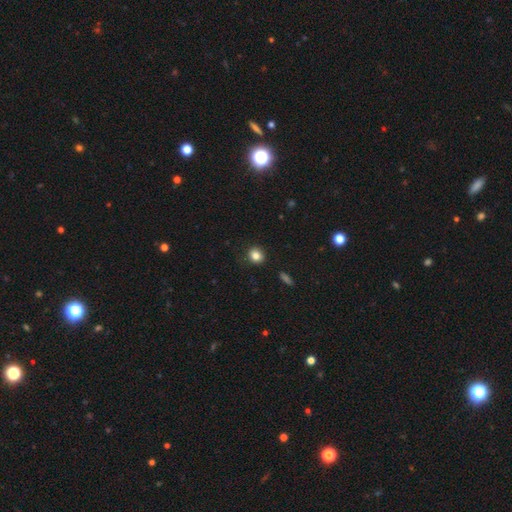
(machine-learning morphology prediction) This is clearly a smooth galaxy (83%). How rounded: likely round (77%). Merging: clearly none (86%).